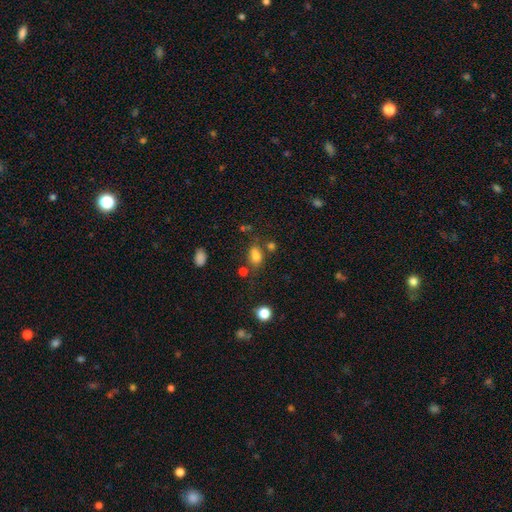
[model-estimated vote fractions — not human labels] The model was most divided on "merging": none: 59%, minor disturbance: 18%, merger: 14%, major disturbance: 8%. More confident: how rounded — in between (80%); smooth or featured — smooth (78%).